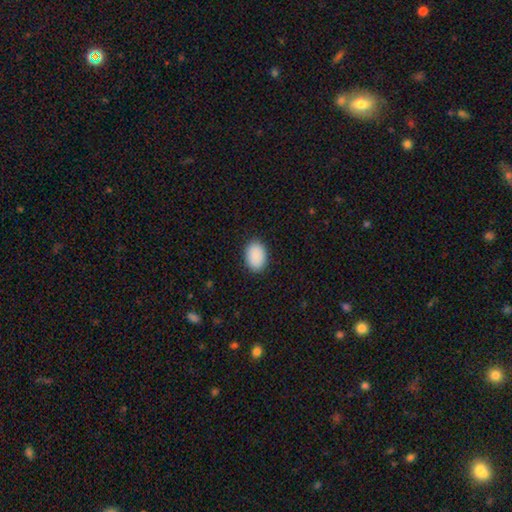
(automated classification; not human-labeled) Q: Smooth or featured?
A: smooth (91%); runner-up: star or artifact (6%)
Q: How rounded?
A: in between (85%); runner-up: round (14%)
Q: Merging?
A: none (89%); runner-up: minor disturbance (8%)